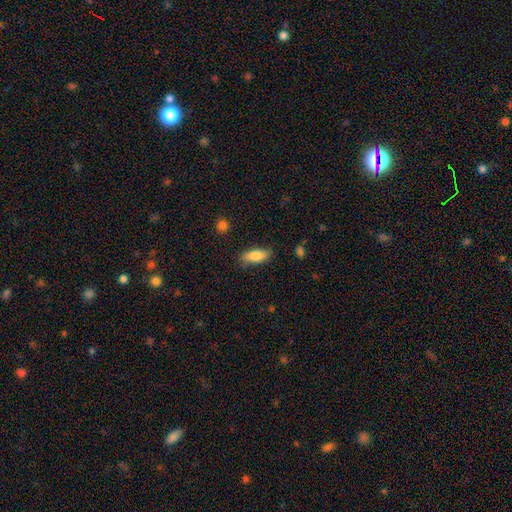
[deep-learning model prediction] Smooth or featured? Predicted: smooth (p=0.83). How rounded? Predicted: in between (p=0.76). Merging? Predicted: none (p=0.81).